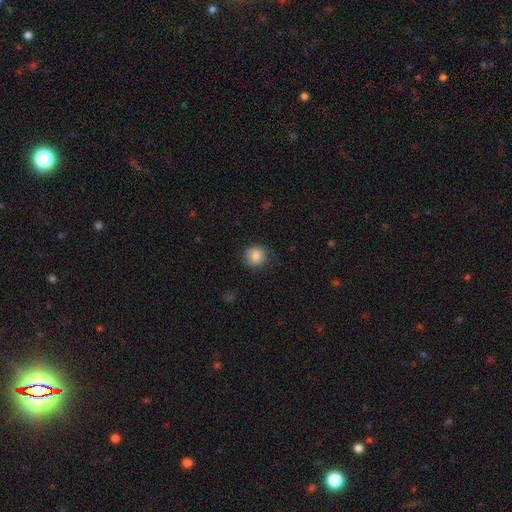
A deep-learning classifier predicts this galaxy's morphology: Q: Smooth or featured?
A: smooth (86%); runner-up: star or artifact (9%)
Q: How rounded?
A: round (89%); runner-up: in between (10%)
Q: Merging?
A: none (83%); runner-up: minor disturbance (13%)